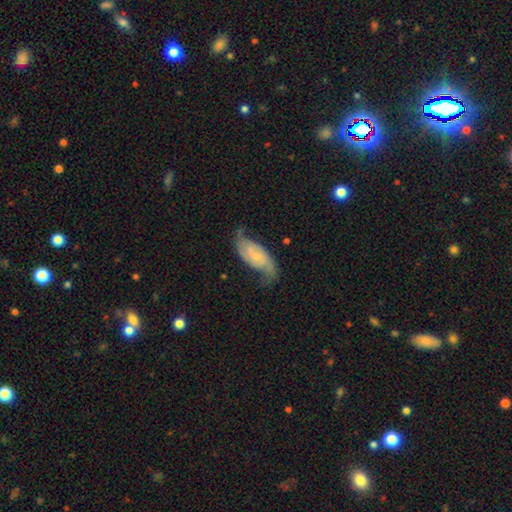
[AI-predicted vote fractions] featured or disk 81%, smooth 13%, star or artifact 6%. Down the decision tree: edge-on disk — no (95%); bar — no (52%); spiral arms — yes (96%); spiral arm count — 2 (89%); spiral winding — medium (47%); bulge size — small (65%); merging — none (66%).